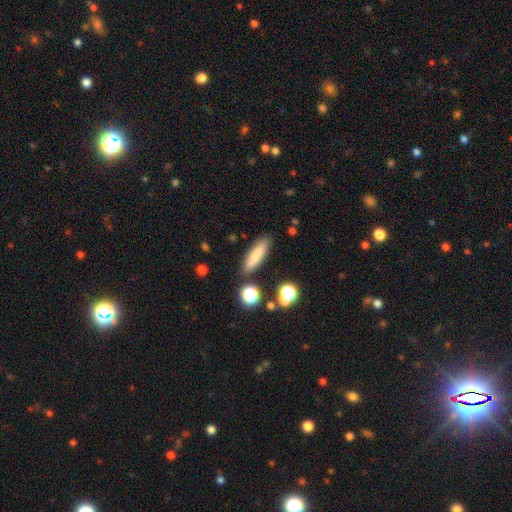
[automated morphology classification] Overall: smooth (79%). How rounded: cigar-shaped (68%; in between 29%). Merging: none (85%).